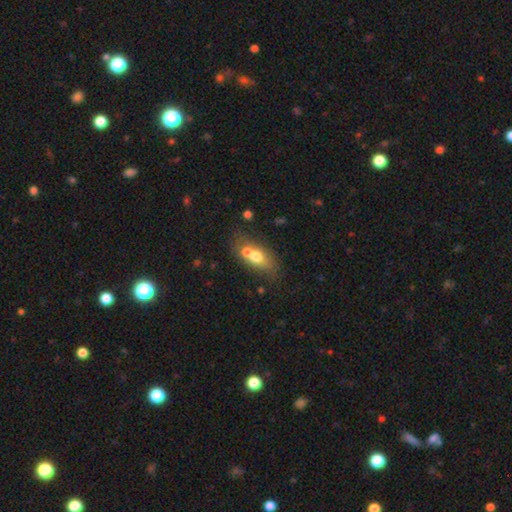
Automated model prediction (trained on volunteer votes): Smooth or featured? smooth (61%)
How rounded? in between (71%)
Merging? merger (47%)